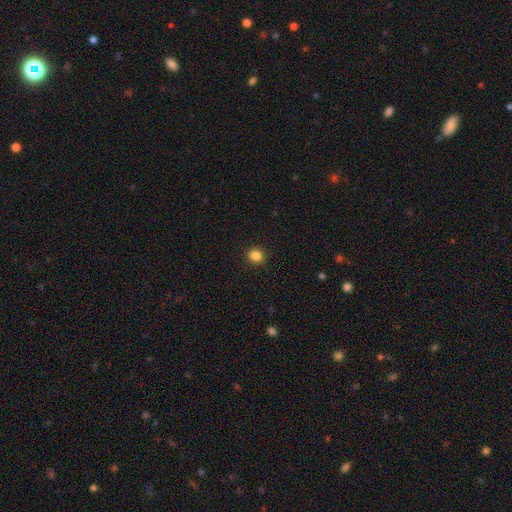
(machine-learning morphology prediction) Overall: smooth (85%). How rounded: round (84%). Merging: none (91%).